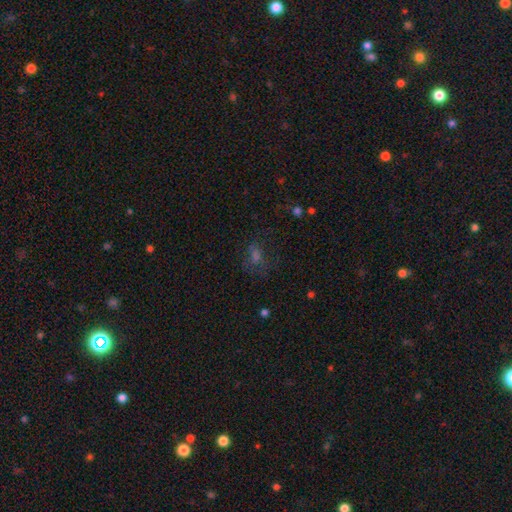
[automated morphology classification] smooth_or_featured: smooth (p=0.42) [alt: star or artifact p=0.37]
merging: none (p=0.55) [alt: major disturbance p=0.22]